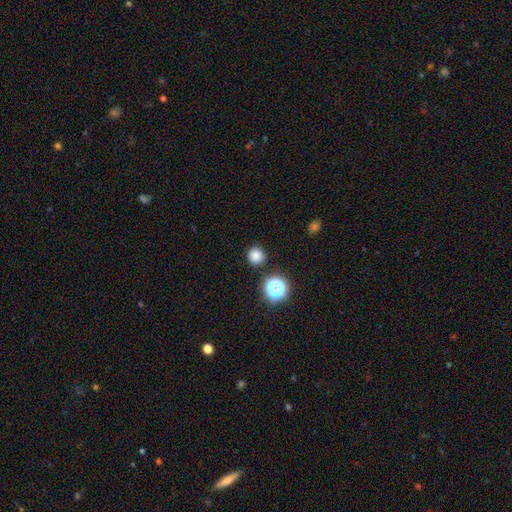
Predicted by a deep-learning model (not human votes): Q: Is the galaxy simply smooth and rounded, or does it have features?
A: smooth — 80%.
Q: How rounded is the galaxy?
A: round — 94%.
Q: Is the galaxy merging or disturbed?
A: none — 89%.